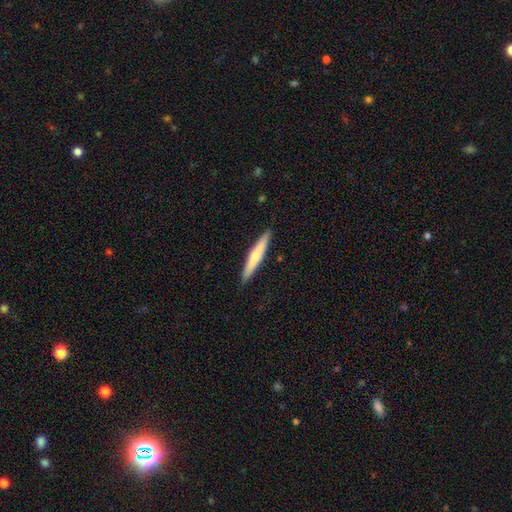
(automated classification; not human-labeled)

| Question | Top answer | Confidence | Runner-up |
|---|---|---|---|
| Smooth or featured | smooth | 62% | featured or disk (33%) |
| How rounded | cigar-shaped | 94% | in between (5%) |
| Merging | none | 91% | minor disturbance (7%) |